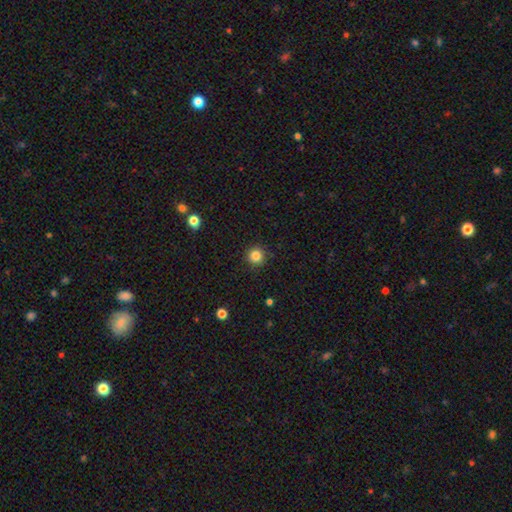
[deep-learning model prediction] A smooth galaxy with no disk features (84%) that is round (95%).

Vote fractions:
- Smooth or featured? smooth: 84% / star or artifact: 12% / featured or disk: 4%
- How rounded? round: 95% / in between: 4% / cigar-shaped: 1%
- Merging? none: 91% / minor disturbance: 6% / major disturbance: 2% / merger: 1%